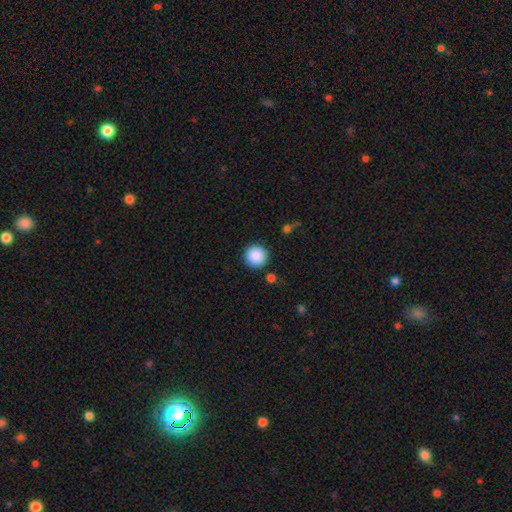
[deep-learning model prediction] Smooth or featured? Predicted: smooth (p=0.89). How rounded? Predicted: round (p=0.96). Merging? Predicted: none (p=0.90).